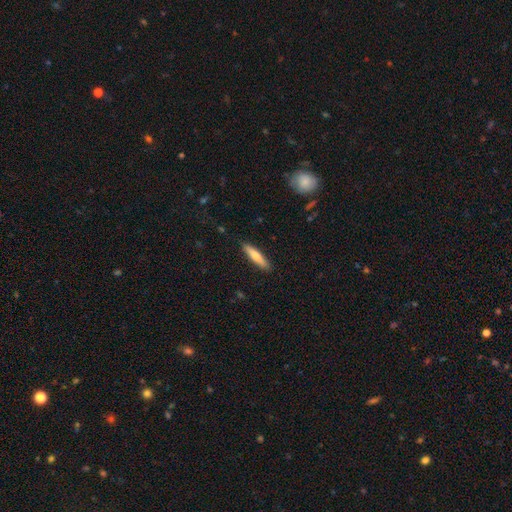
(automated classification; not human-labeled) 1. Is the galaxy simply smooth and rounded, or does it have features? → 68% smooth, 26% featured or disk, 5% star or artifact.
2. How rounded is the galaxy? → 85% cigar-shaped, 13% in between, 1% round.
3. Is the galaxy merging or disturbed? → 90% none, 8% minor disturbance, 2% major disturbance, 1% merger.